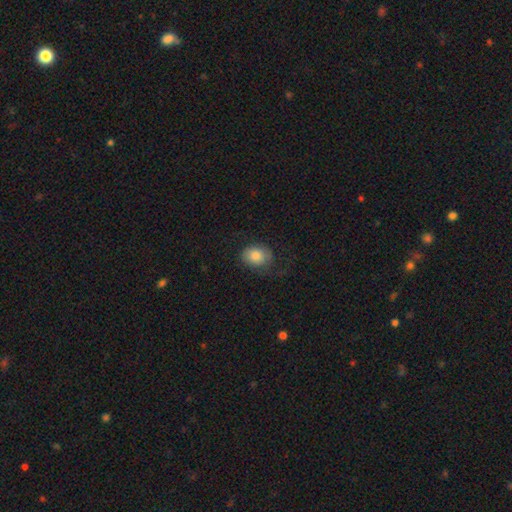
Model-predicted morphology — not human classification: Q: Smooth or featured?
A: smooth (76%); runner-up: featured or disk (16%)
Q: How rounded?
A: in between (55%); runner-up: round (44%)
Q: Merging?
A: none (58%); runner-up: minor disturbance (23%)